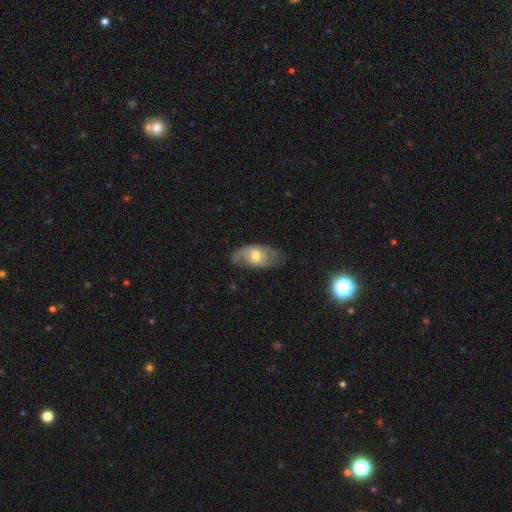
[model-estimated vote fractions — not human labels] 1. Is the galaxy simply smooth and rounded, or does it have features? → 59% featured or disk, 34% smooth, 6% star or artifact.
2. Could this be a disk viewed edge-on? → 91% no, 9% yes.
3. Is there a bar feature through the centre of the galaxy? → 67% no, 28% weak, 5% strong.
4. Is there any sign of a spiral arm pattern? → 77% yes, 23% no.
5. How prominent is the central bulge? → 65% moderate, 26% small, 7% large, 1% none, 1% dominant.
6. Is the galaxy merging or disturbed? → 64% none, 24% minor disturbance, 11% major disturbance, 1% merger.